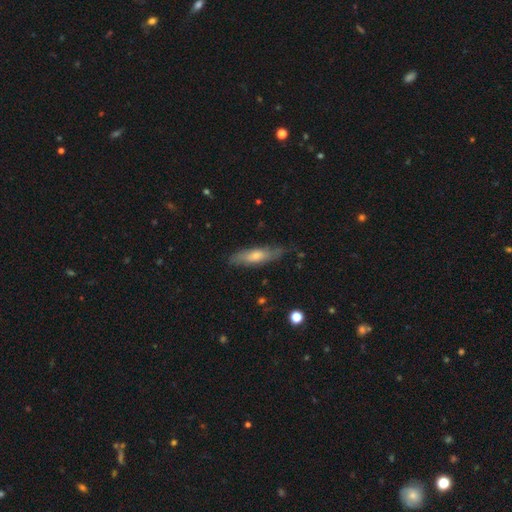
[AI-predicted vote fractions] A smooth galaxy with no disk features (51%) that is cigar-shaped (65%). Merging: none (75%).